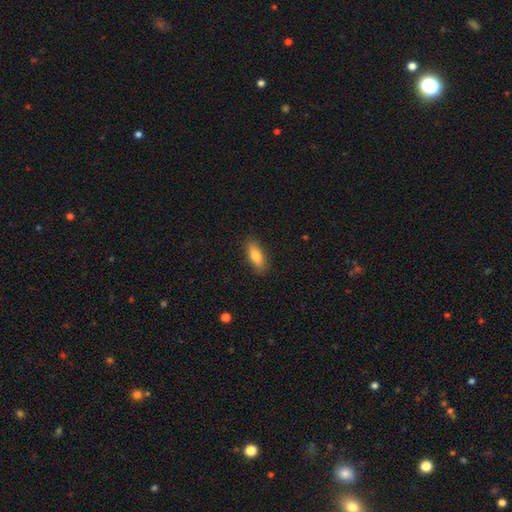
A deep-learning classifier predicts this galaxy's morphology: smooth_or_featured: smooth (p=0.78) [alt: featured or disk p=0.15]
how_rounded: in between (p=0.69) [alt: cigar-shaped p=0.28]
merging: none (p=0.87) [alt: minor disturbance p=0.10]